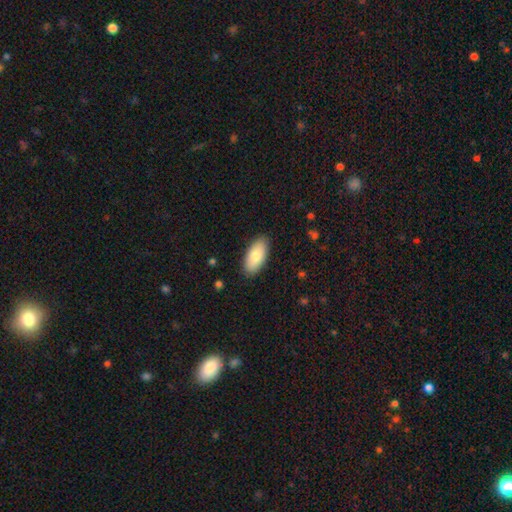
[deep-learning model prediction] The model was most divided on "smooth or featured": smooth: 81%, featured or disk: 13%, star or artifact: 6%. More confident: how rounded — in between (92%); merging — none (88%).